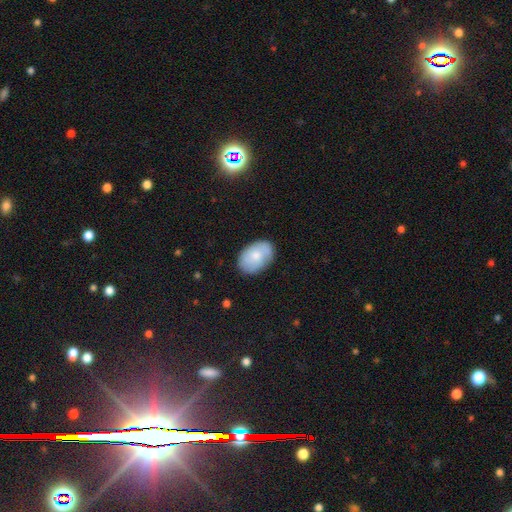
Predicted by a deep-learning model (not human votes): This appears to be a smooth galaxy with no disk features (75%) that is in between round and cigar-shaped (87%). Merging: none (81%).